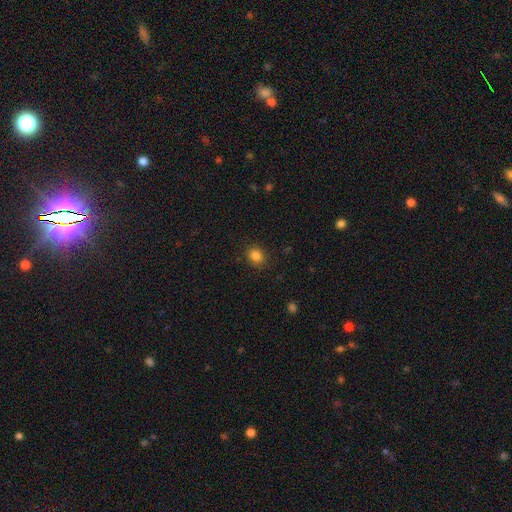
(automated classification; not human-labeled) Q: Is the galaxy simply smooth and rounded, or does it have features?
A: smooth — 84%.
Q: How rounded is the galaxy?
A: round — 71%.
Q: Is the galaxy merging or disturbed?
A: none — 87%.